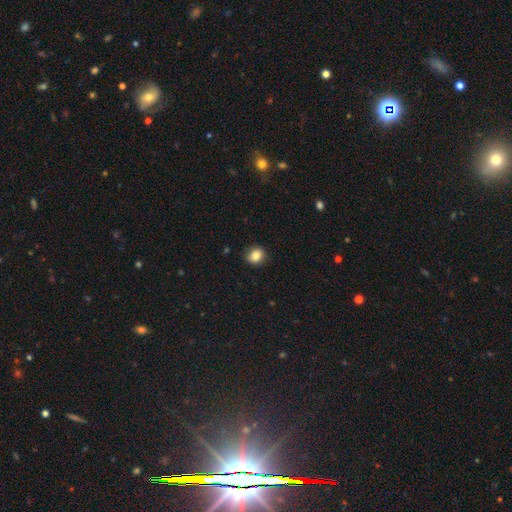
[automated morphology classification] Smooth or featured?
  - smooth: 84% *
  - star or artifact: 10%
  - featured or disk: 6%
How rounded?
  - round: 70% *
  - in between: 29%
  - cigar-shaped: 1%
Merging?
  - none: 86% *
  - minor disturbance: 11%
  - major disturbance: 2%
  - merger: 1%